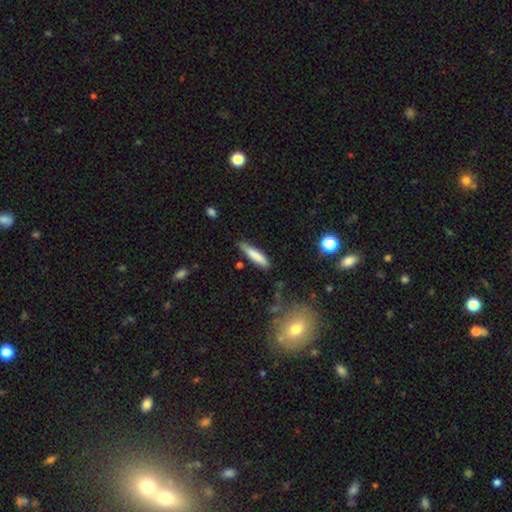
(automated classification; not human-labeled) smooth-or-featured: smooth: 79% | featured or disk: 14% | star or artifact: 6%
  how-rounded: cigar-shaped: 79% | in between: 19% | round: 1%
  merging: none: 73% | minor disturbance: 20% | major disturbance: 4% | merger: 3%